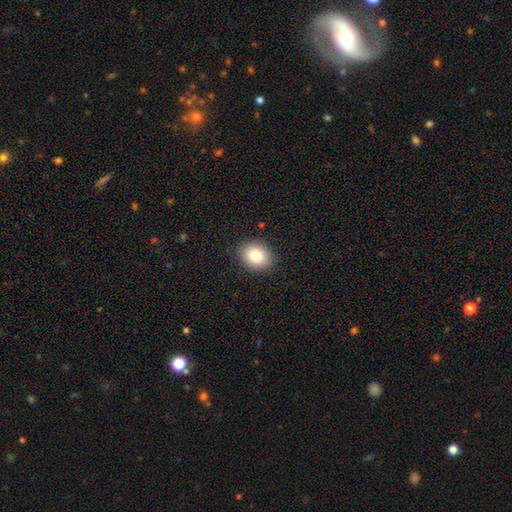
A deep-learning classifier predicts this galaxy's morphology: A smooth galaxy with no disk features (81%) that is round (55%).

Vote fractions:
- Smooth or featured? smooth: 81% / star or artifact: 9% / featured or disk: 9%
- How rounded? round: 55% / in between: 44% / cigar-shaped: 1%
- Merging? none: 88% / minor disturbance: 8% / major disturbance: 2% / merger: 1%